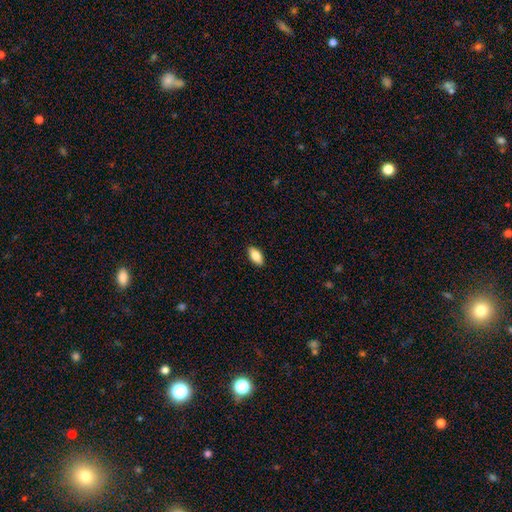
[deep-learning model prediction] A smooth galaxy with no disk features (82%) that is in between round and cigar-shaped (90%). Merging: none (90%).